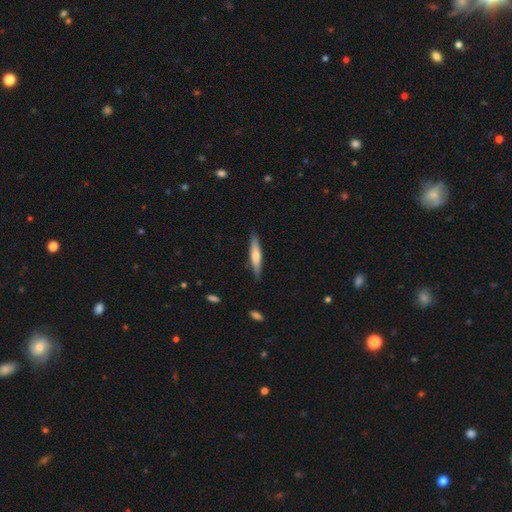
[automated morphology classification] smooth 54%, featured or disk 41%, star or artifact 5%. Down the decision tree: how rounded — cigar-shaped (86%); merging — none (86%).